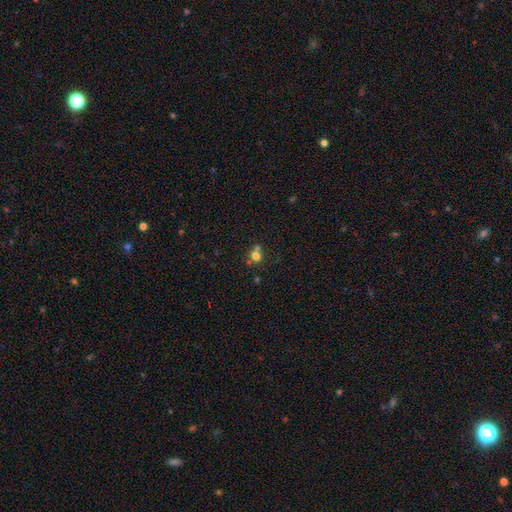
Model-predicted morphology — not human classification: Smooth or featured? smooth (70%)
How rounded? round (78%)
Merging? none (46%)